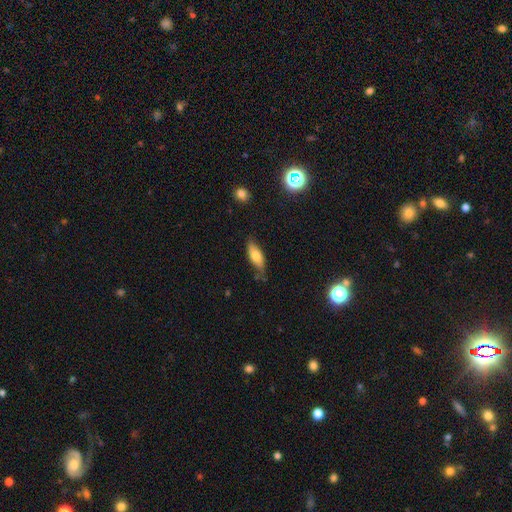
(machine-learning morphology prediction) Smooth or featured? Predicted: smooth (p=0.67). How rounded? Predicted: in between (p=0.70). Merging? Predicted: none (p=0.66).